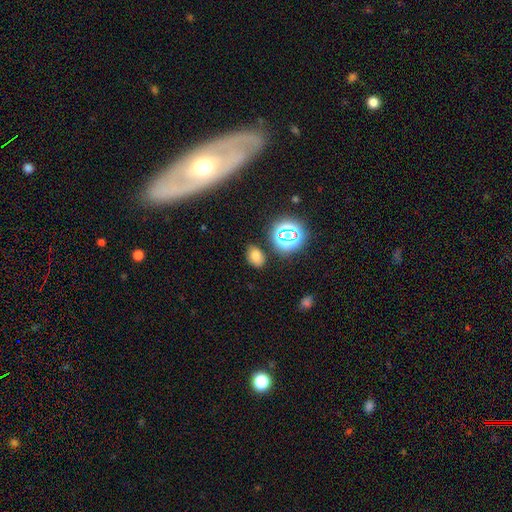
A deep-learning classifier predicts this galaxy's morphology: Smooth or featured?
  - smooth: 70% *
  - star or artifact: 22%
  - featured or disk: 8%
How rounded?
  - in between: 79% *
  - round: 20%
  - cigar-shaped: 1%
Merging?
  - none: 81% *
  - minor disturbance: 11%
  - merger: 4%
  - major disturbance: 3%